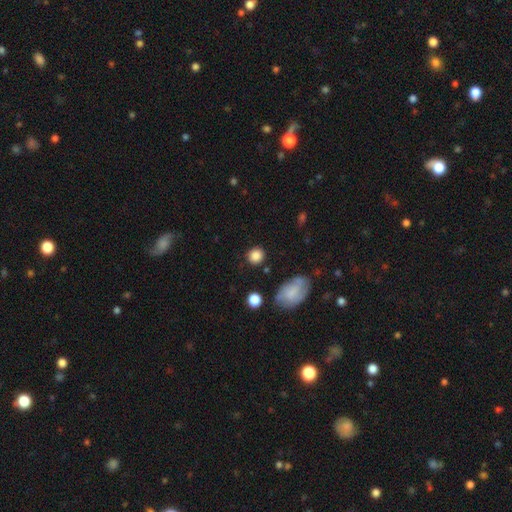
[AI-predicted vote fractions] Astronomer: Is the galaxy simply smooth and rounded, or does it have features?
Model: smooth — 85%.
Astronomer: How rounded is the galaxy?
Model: round — 84%.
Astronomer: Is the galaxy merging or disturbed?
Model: none — 82%.